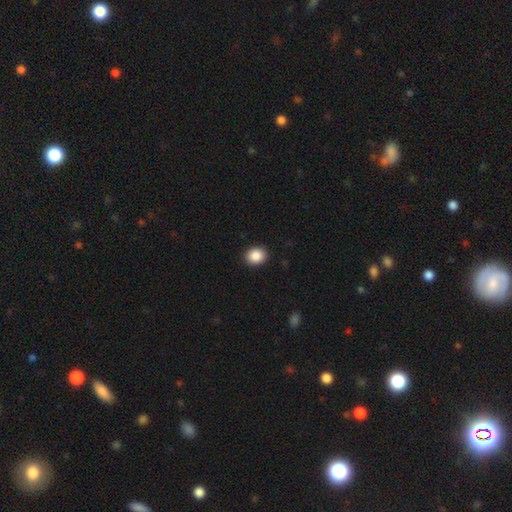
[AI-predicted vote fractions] smooth 88%, star or artifact 8%, featured or disk 3%. Down the decision tree: how rounded — round (59%); merging — none (91%).